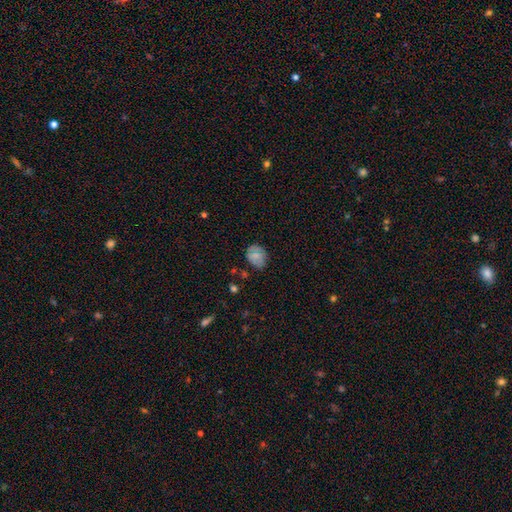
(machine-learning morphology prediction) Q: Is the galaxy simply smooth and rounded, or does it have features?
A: smooth — 68%.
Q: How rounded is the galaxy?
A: in between — 53%.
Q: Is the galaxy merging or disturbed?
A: none — 71%.